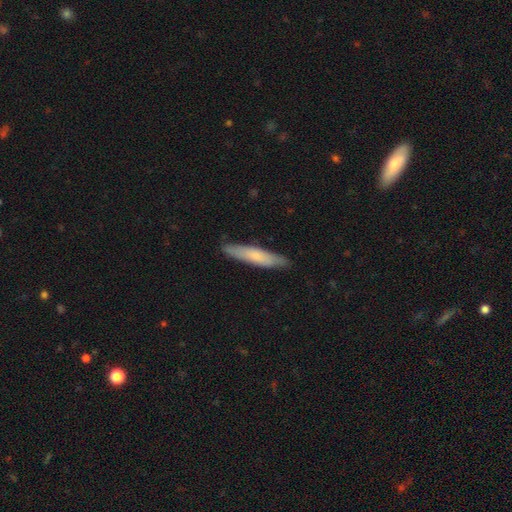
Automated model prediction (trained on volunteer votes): Smooth or featured?
  - smooth: 66% *
  - featured or disk: 28%
  - star or artifact: 6%
How rounded?
  - cigar-shaped: 90% *
  - in between: 9%
  - round: 1%
Merging?
  - none: 88% *
  - minor disturbance: 9%
  - major disturbance: 2%
  - merger: 1%